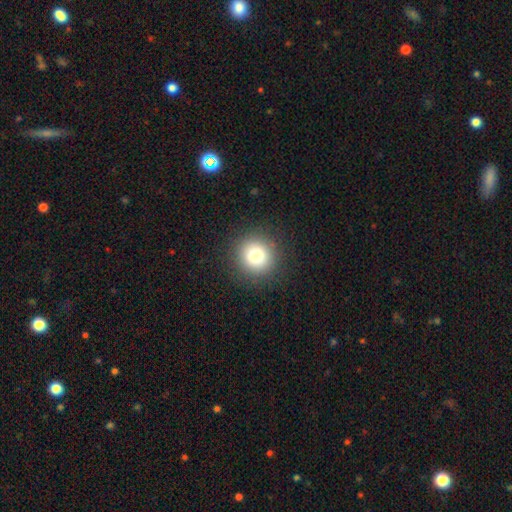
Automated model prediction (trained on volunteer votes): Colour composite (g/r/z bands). It shows a smooth galaxy with no disk features (78%) that is round (94%). Merging: none (91%).